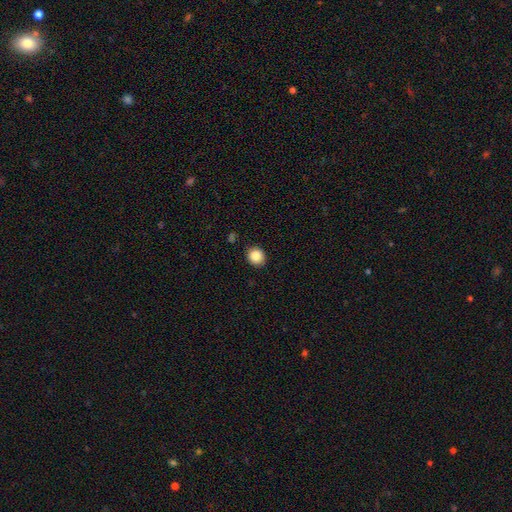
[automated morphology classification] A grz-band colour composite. It shows a smooth galaxy with no disk features (86%) that is round (79%). Merging: none (89%).